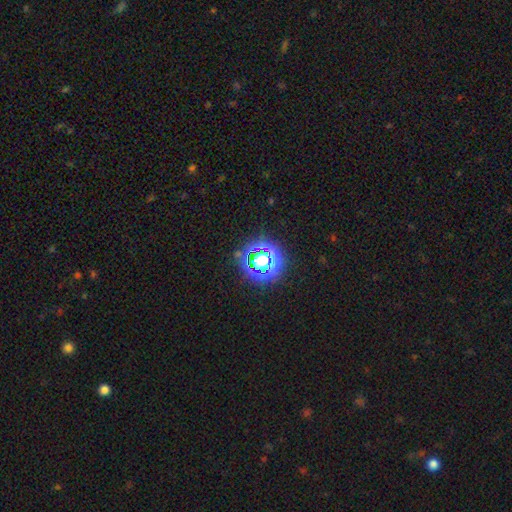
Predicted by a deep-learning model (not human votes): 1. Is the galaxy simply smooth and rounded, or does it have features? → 79% star or artifact, 15% smooth, 6% featured or disk.